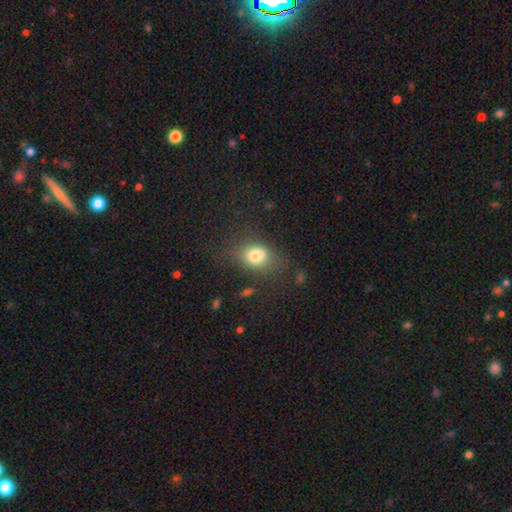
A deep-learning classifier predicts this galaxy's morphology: type=smooth (73%); roundness=in between (52%); merging=none (52%).